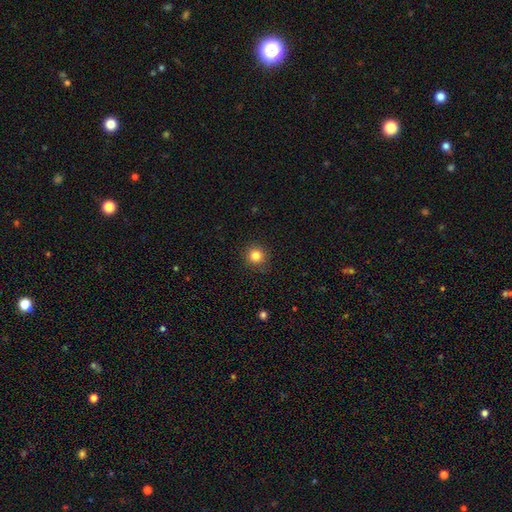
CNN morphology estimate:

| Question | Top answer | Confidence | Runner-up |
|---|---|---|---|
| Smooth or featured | smooth | 84% | star or artifact (11%) |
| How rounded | round | 94% | in between (5%) |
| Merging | none | 89% | minor disturbance (7%) |